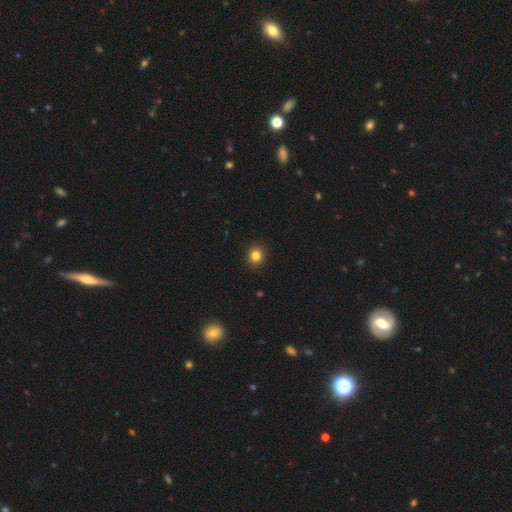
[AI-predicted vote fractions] A smooth galaxy with no disk features (82%) that is round (84%).

Vote fractions:
- Smooth or featured? smooth: 82% / star or artifact: 13% / featured or disk: 5%
- How rounded? round: 84% / in between: 15% / cigar-shaped: 1%
- Merging? none: 92% / minor disturbance: 6% / major disturbance: 2% / merger: 1%